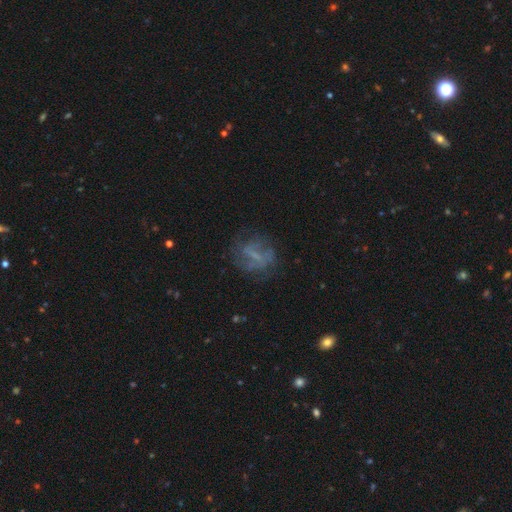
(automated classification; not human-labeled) Overall: featured or disk (55%; smooth 30%). Edge-on disk: no (94%). Bar: weak (39%; no 33%). Spiral arms: no (54%; yes 46%). Bulge size: none (53%; small 33%). Merging: none (61%).